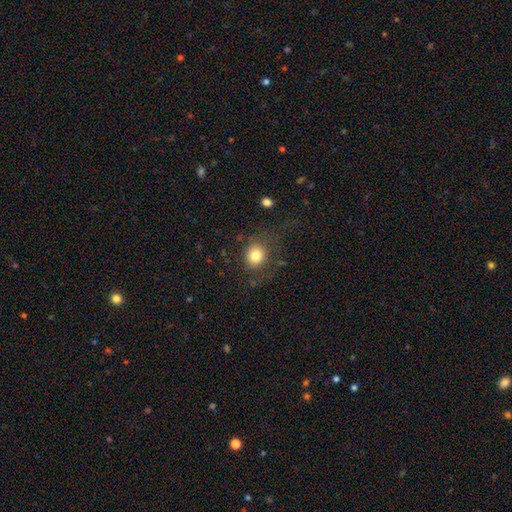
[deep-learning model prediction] A smooth galaxy with no disk features (79%) that is round (73%).

Vote fractions:
- Smooth or featured? smooth: 79% / star or artifact: 11% / featured or disk: 9%
- How rounded? round: 73% / in between: 26% / cigar-shaped: 1%
- Merging? none: 72% / minor disturbance: 15% / major disturbance: 11% / merger: 2%